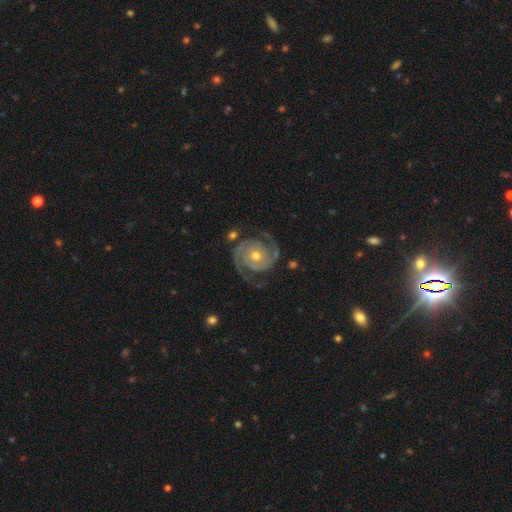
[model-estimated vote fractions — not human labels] smooth_or_featured: featured or disk (p=0.93) [alt: star or artifact p=0.04]
disk_edge_on: no (p=0.98) [alt: yes p=0.02]
bar: no (p=0.77) [alt: weak p=0.16]
has_spiral_arms: yes (p=0.99) [alt: no p=0.01]
spiral_winding: tight (p=0.55) [alt: medium p=0.38]
spiral_arm_count: 2 (p=0.94) [alt: 3 p=0.02]
bulge_size: moderate (p=0.58) [alt: small p=0.38]
merging: none (p=0.82) [alt: minor disturbance p=0.12]